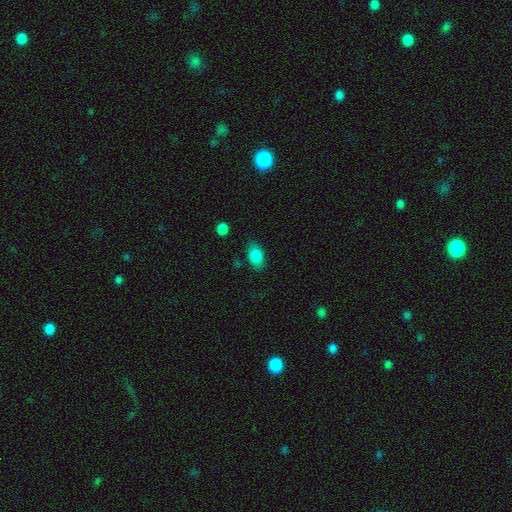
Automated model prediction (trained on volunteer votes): smooth_or_featured: smooth (p=0.83) [alt: featured or disk p=0.09]
how_rounded: in between (p=0.89) [alt: round p=0.09]
merging: none (p=0.81) [alt: minor disturbance p=0.13]